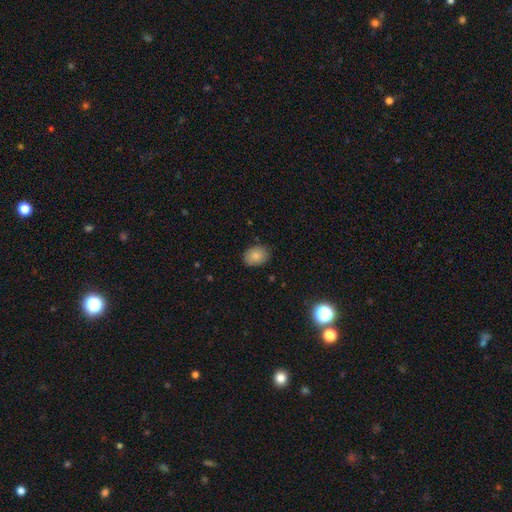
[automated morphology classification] A smooth galaxy with no disk features (85%) that is in between round and cigar-shaped (65%).

Vote fractions:
- Smooth or featured? smooth: 85% / star or artifact: 8% / featured or disk: 7%
- How rounded? in between: 65% / round: 34% / cigar-shaped: 1%
- Merging? none: 85% / minor disturbance: 11% / major disturbance: 2% / merger: 1%